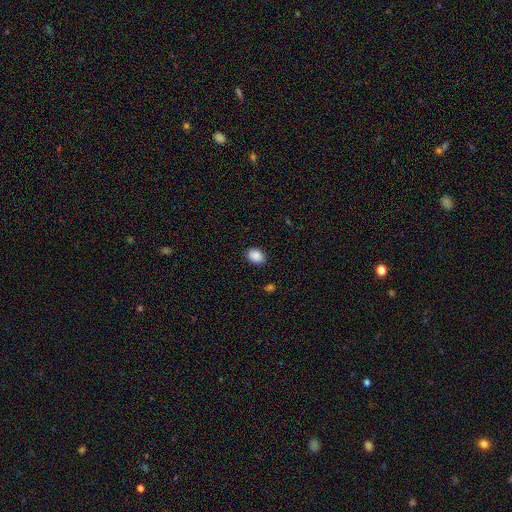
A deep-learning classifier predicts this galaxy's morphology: Q: Smooth or featured?
A: smooth (89%); runner-up: star or artifact (8%)
Q: How rounded?
A: in between (71%); runner-up: round (28%)
Q: Merging?
A: none (86%); runner-up: minor disturbance (11%)